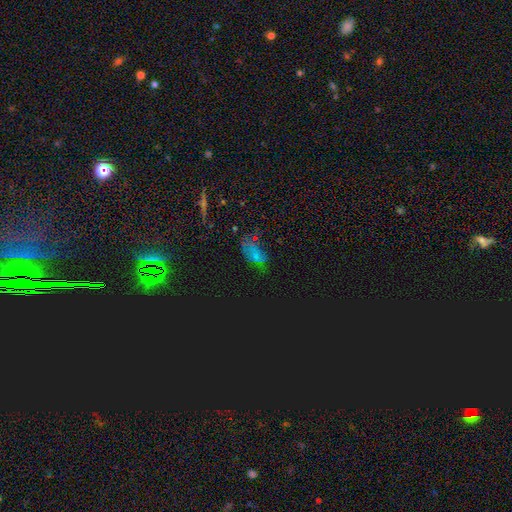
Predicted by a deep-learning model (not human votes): A star or artifact, not a galaxy (47%).

Vote fractions:
- Smooth or featured? star or artifact: 47% / smooth: 36% / featured or disk: 18%